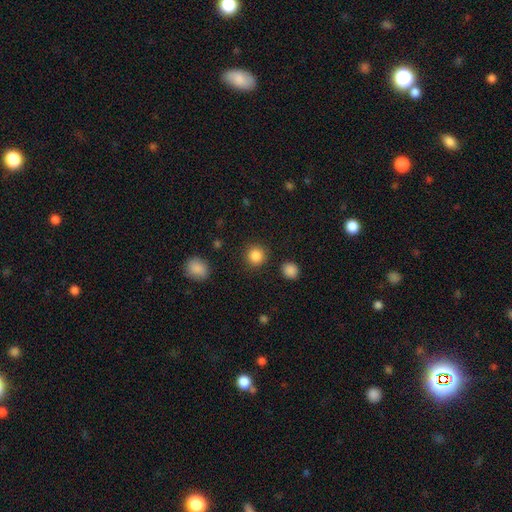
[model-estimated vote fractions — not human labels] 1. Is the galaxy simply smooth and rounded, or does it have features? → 86% smooth, 10% star or artifact, 3% featured or disk.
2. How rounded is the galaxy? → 93% round, 6% in between, 1% cigar-shaped.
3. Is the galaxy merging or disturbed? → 89% none, 6% minor disturbance, 3% major disturbance, 2% merger.